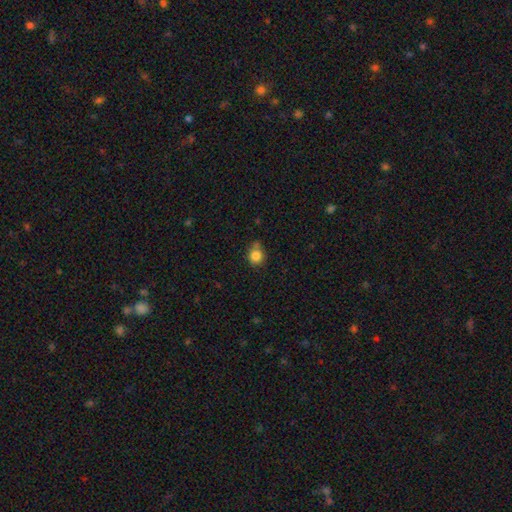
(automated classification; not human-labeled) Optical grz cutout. It shows a smooth galaxy with no disk features (84%) that is round (82%). Merging: none (62%).